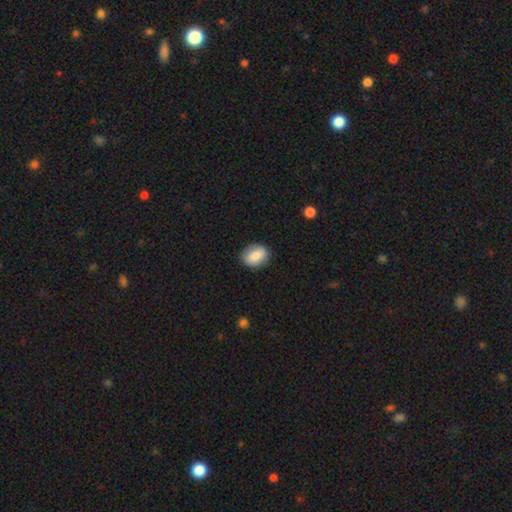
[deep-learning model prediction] smooth-or-featured: smooth: 83% | featured or disk: 10% | star or artifact: 7%
  how-rounded: in between: 68% | round: 31% | cigar-shaped: 1%
  merging: none: 85% | minor disturbance: 12% | major disturbance: 3% | merger: 1%